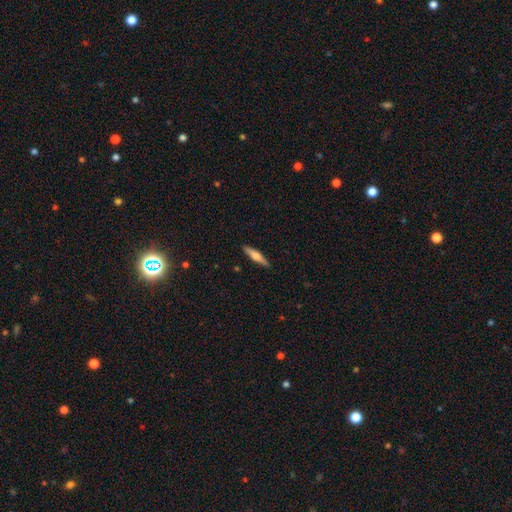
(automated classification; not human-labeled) Smooth or featured? smooth (52%)
How rounded? cigar-shaped (83%)
Merging? none (89%)